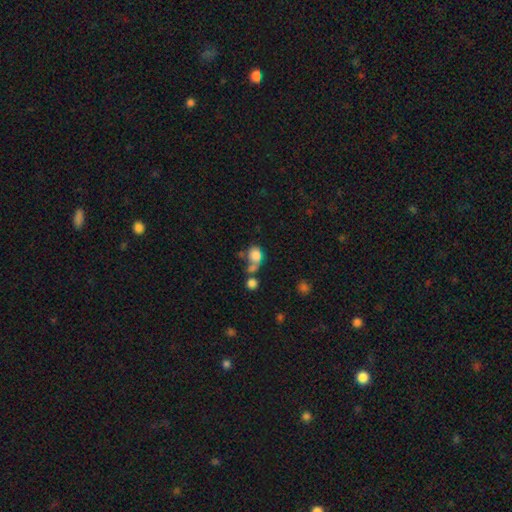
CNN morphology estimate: This appears to be a smooth galaxy with no disk features (73%) that is in between round and cigar-shaped (55%). Merging: merger (45%).